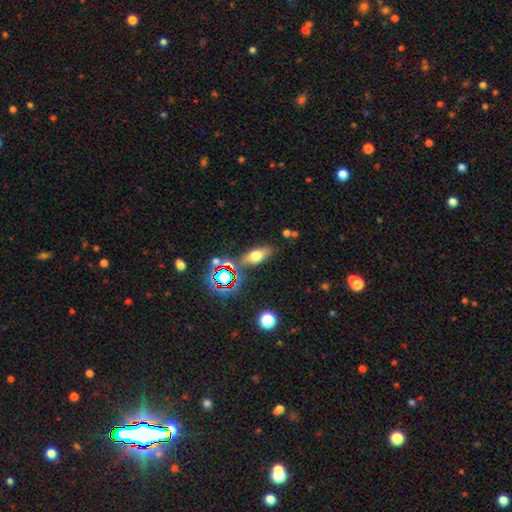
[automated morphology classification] This is possibly a smooth galaxy (56%). How rounded: likely in between (64%). Merging: likely none (75%).